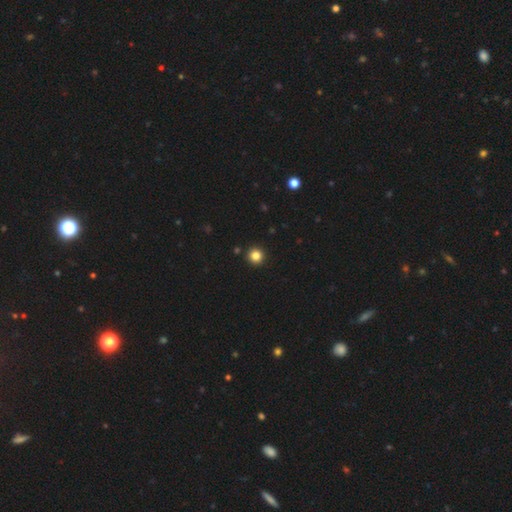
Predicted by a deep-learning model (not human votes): smooth-or-featured: smooth: 84% | star or artifact: 12% | featured or disk: 4%
  how-rounded: round: 96% | in between: 3% | cigar-shaped: 1%
  merging: none: 93% | minor disturbance: 4% | major disturbance: 1% | merger: 1%